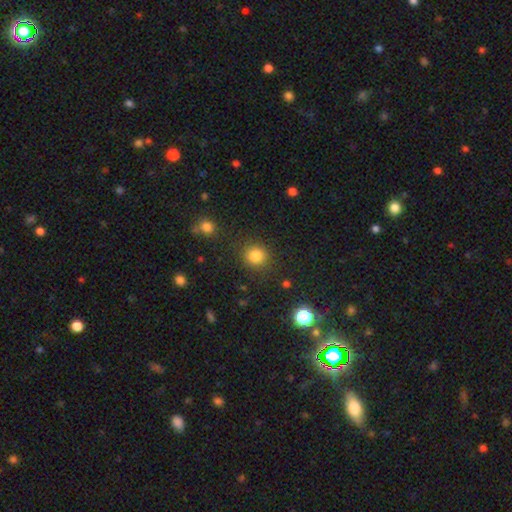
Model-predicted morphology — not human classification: Q: Smooth or featured?
A: smooth (83%); runner-up: star or artifact (13%)
Q: How rounded?
A: round (89%); runner-up: in between (10%)
Q: Merging?
A: none (87%); runner-up: minor disturbance (7%)